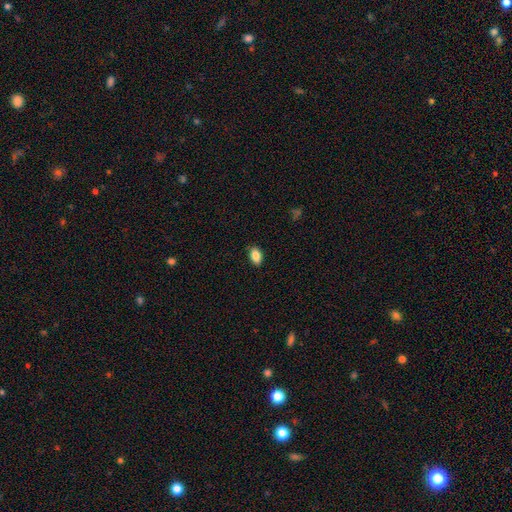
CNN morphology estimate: This is clearly a smooth galaxy (87%). How rounded: clearly in between (90%). Merging: clearly none (87%).